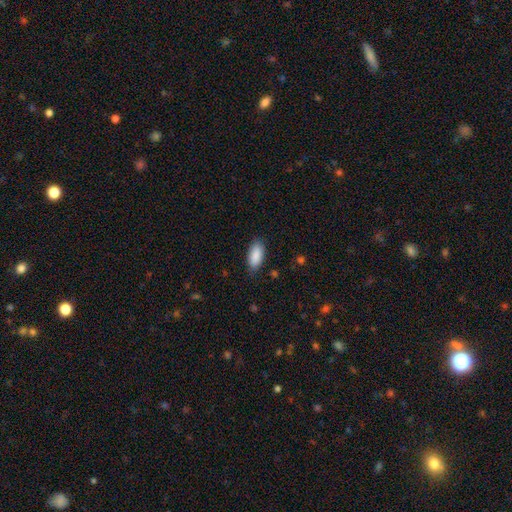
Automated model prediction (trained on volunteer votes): Overall: smooth (89%). How rounded: in between (89%). Merging: none (82%).